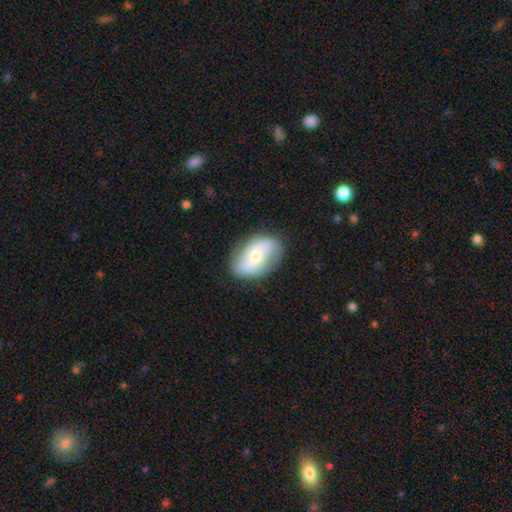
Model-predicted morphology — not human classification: Q: Smooth or featured?
A: featured or disk (64%); runner-up: smooth (30%)
Q: Edge-on disk?
A: no (95%); runner-up: yes (5%)
Q: Bar?
A: no (54%); runner-up: weak (31%)
Q: Spiral arms?
A: yes (83%); runner-up: no (17%)
Q: Spiral winding?
A: loose (47%); runner-up: medium (35%)
Q: Spiral arm count?
A: 2 (87%); runner-up: can't tell (7%)
Q: Bulge size?
A: moderate (48%); runner-up: small (46%)
Q: Merging?
A: none (80%); runner-up: minor disturbance (14%)